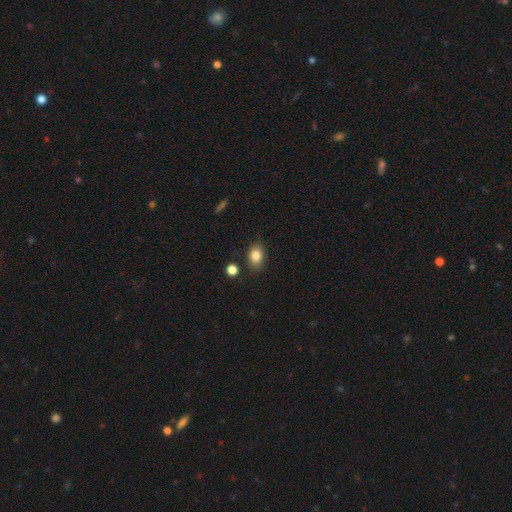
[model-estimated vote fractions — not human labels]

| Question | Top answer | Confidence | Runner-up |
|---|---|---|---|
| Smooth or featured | smooth | 84% | star or artifact (9%) |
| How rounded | in between | 70% | round (29%) |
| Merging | none | 81% | minor disturbance (13%) |